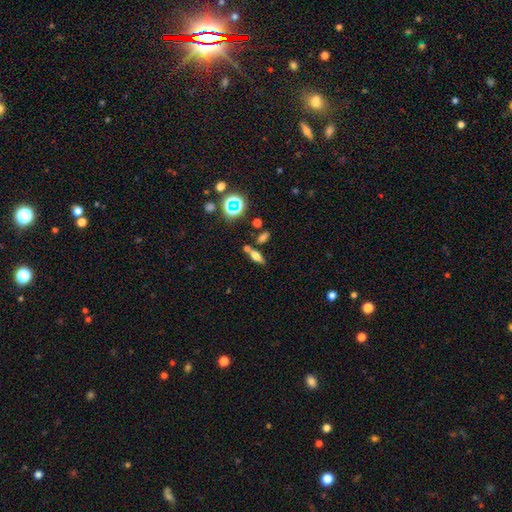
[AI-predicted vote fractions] The model was most divided on "how rounded": in between: 57%, cigar-shaped: 35%, round: 8%. More confident: merging — none (61%); smooth or featured — smooth (56%).